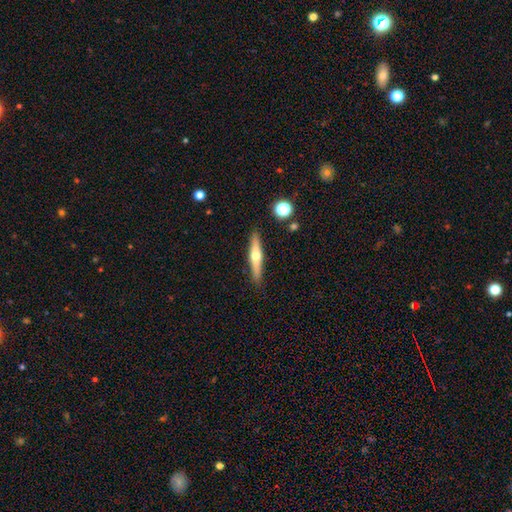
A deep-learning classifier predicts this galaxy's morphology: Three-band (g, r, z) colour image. It shows a featured or disk galaxy (57%) viewed edge-on (95%) with a rounded central bulge (92%). Merging: none (88%).